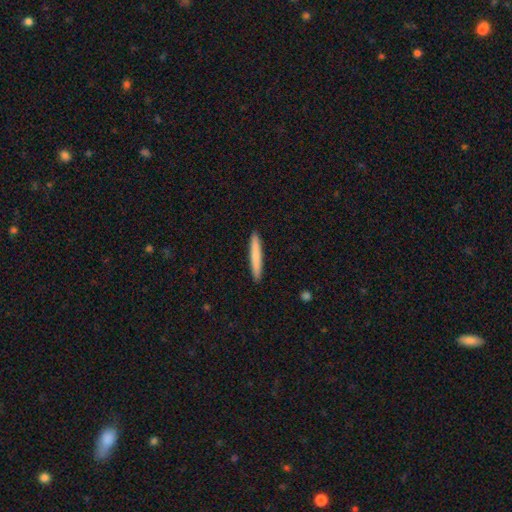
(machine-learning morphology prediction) Smooth or featured? smooth (77%)
How rounded? cigar-shaped (96%)
Merging? none (93%)